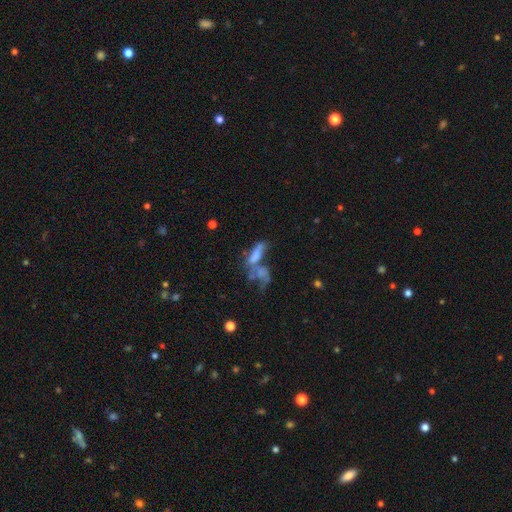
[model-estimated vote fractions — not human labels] Morphology: type=featured or disk (41%); merging=merger (55%).